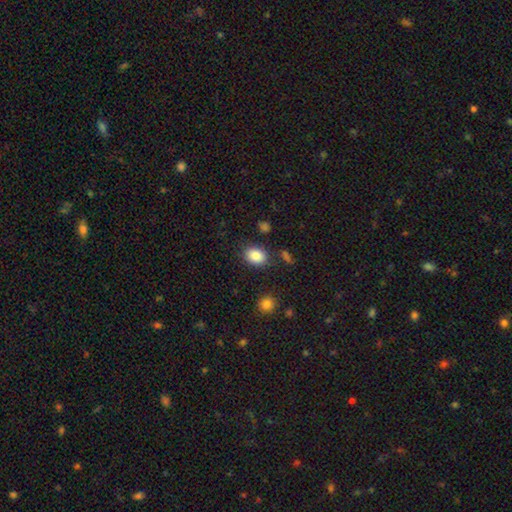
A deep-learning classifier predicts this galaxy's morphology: Smooth or featured: smooth — 86% (star or artifact — 9%)
How rounded: in between — 66% (round — 33%)
Merging: none — 83% (minor disturbance — 10%)